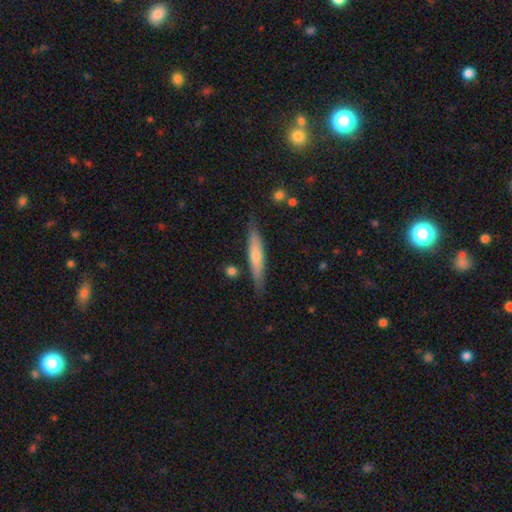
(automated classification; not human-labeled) Smooth or featured: smooth — 54% (featured or disk — 40%)
How rounded: cigar-shaped — 91% (in between — 8%)
Merging: none — 84% (minor disturbance — 12%)